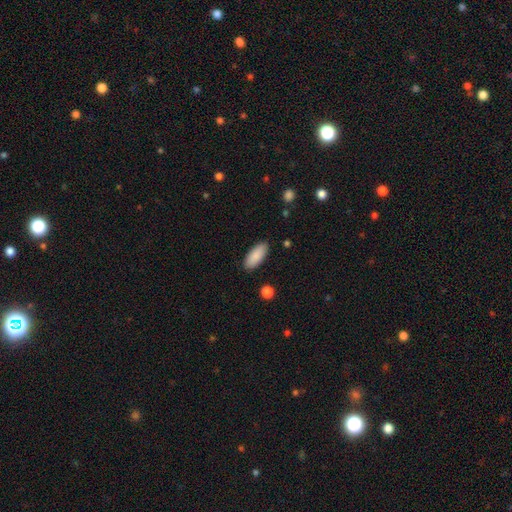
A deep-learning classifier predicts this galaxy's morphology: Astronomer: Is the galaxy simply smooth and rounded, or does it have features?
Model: smooth — 89%.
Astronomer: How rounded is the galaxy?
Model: in between — 82%.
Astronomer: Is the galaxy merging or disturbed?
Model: none — 88%.